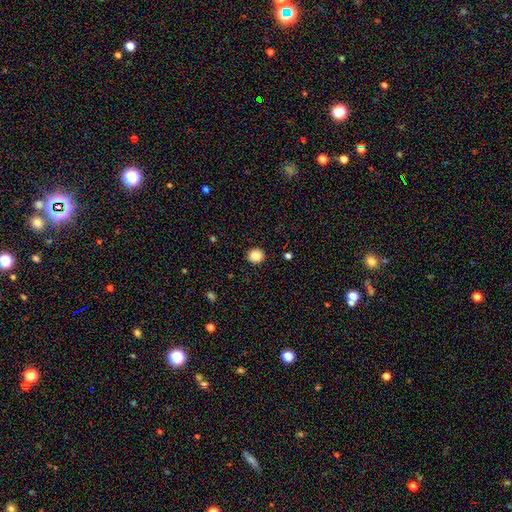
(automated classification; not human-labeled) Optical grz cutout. It shows a smooth galaxy with no disk features (87%) that is round (84%). Merging: none (92%).